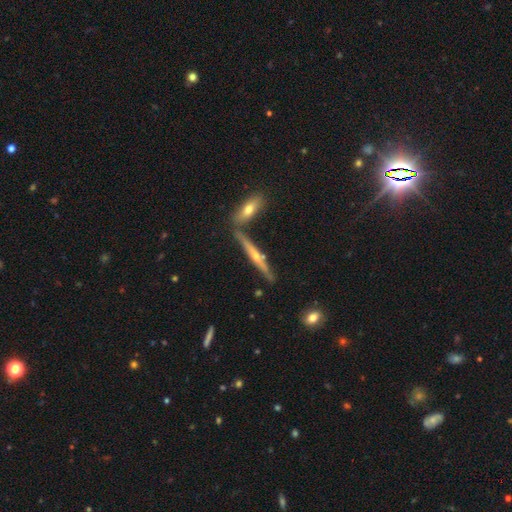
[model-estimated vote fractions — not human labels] This appears to be a featured or disk galaxy (73%) viewed edge-on (96%) with a rounded central bulge (80%). Merging: none (77%).